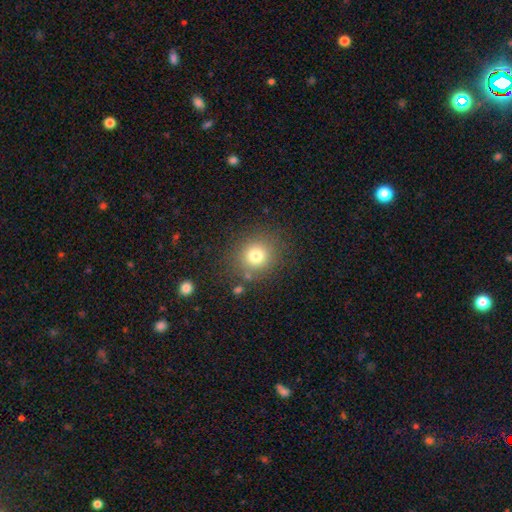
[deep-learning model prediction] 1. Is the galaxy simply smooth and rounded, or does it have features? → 77% smooth, 14% star or artifact, 9% featured or disk.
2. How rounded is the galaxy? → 86% round, 13% in between, 1% cigar-shaped.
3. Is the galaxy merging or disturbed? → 83% none, 10% minor disturbance, 4% major disturbance, 4% merger.